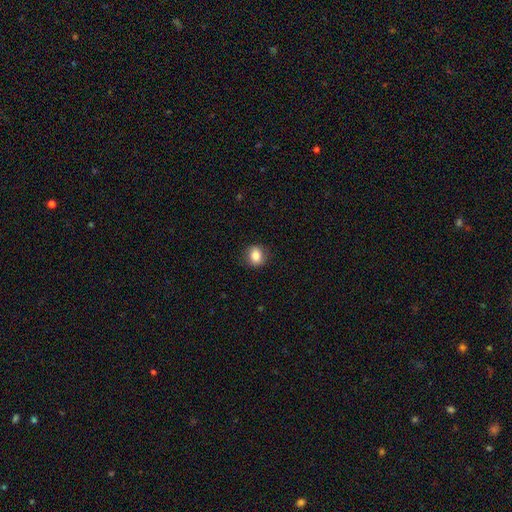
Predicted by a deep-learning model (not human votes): Smooth or featured? smooth (83%)
How rounded? round (69%)
Merging? none (88%)